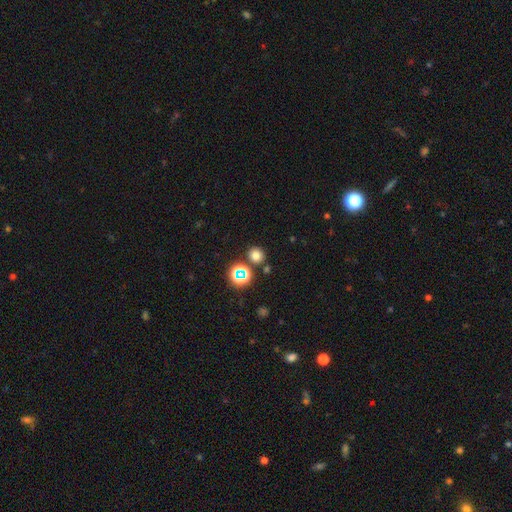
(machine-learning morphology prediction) This is likely a smooth galaxy (71%). How rounded: clearly round (84%). Merging: clearly none (81%).